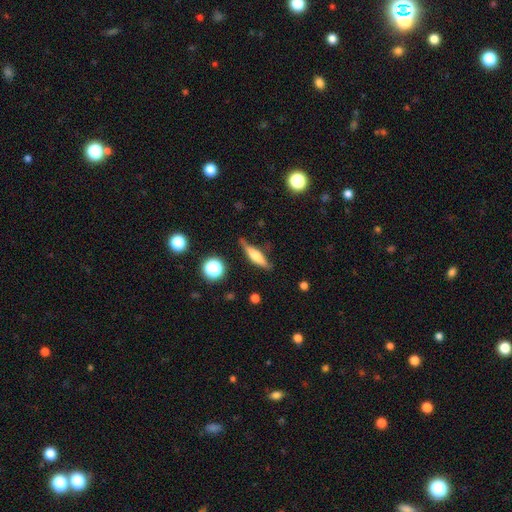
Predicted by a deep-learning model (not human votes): Q: Smooth or featured?
A: featured or disk (52%); runner-up: smooth (39%)
Q: Edge-on disk?
A: yes (94%); runner-up: no (6%)
Q: Merging?
A: none (78%); runner-up: minor disturbance (16%)